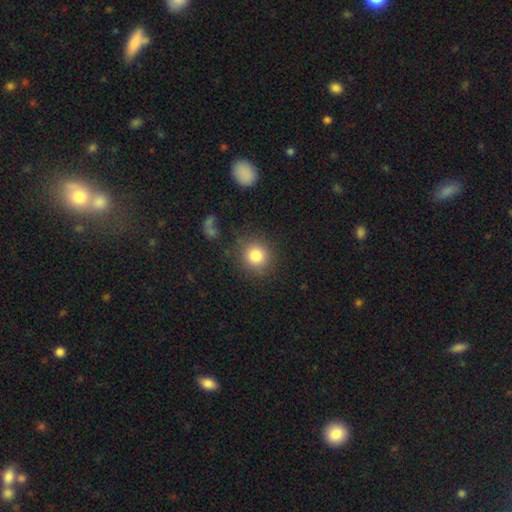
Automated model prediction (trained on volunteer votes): smooth_or_featured: smooth (p=0.83) [alt: star or artifact p=0.11]
how_rounded: round (p=0.90) [alt: in between p=0.09]
merging: none (p=0.84) [alt: minor disturbance p=0.10]